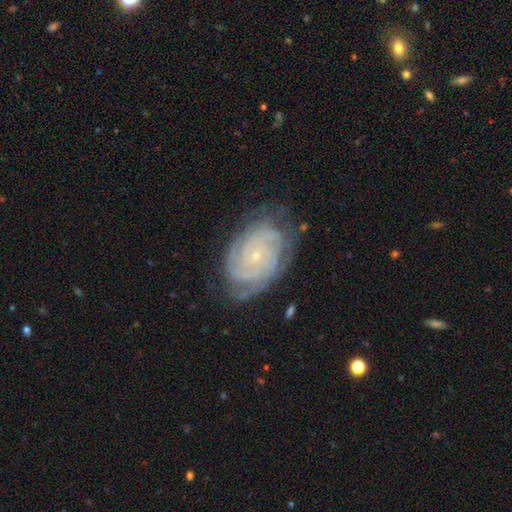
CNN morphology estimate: A featured or disk galaxy (88%) with no bar (77%), 4 (24%) tight (82%) spiral arms (98%) and a small central bulge (86%). Merging: none (76%).